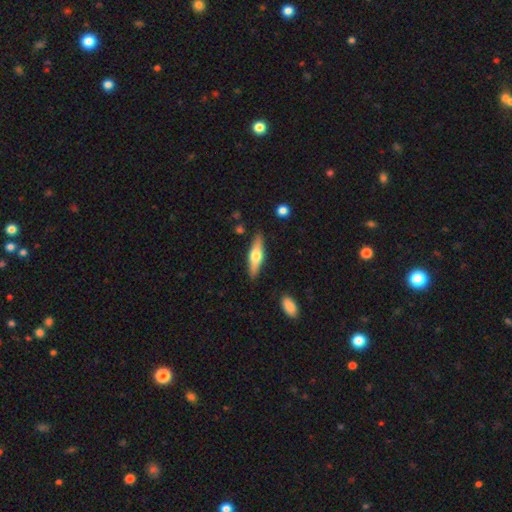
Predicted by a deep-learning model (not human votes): Smooth or featured: featured or disk — 53% (smooth — 42%)
Edge-on disk: yes — 94% (no — 6%)
Merging: none — 87% (minor disturbance — 9%)